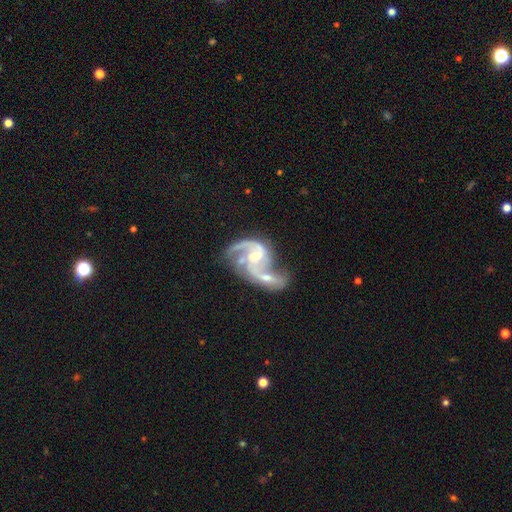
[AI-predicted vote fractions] smooth-or-featured: featured or disk: 87% | smooth: 7% | star or artifact: 6%
  disk-edge-on: no: 98% | yes: 2%
    bar: no: 46% | weak: 42% | strong: 12%
    has-spiral-arms: yes: 94% | no: 6%
      spiral-winding: medium: 45% (tied) | loose: 45% (tied) | tight: 11%
      spiral-arm-count: 2: 70% | 3: 12% | can't tell: 7% | 1: 6% | 4: 3% | more than 4: 2%
    bulge-size: small: 53% | moderate: 36% | none: 8% | large: 2% | dominant: 1%
  merging: merger: 56% | none: 19% | major disturbance: 15% | minor disturbance: 10%